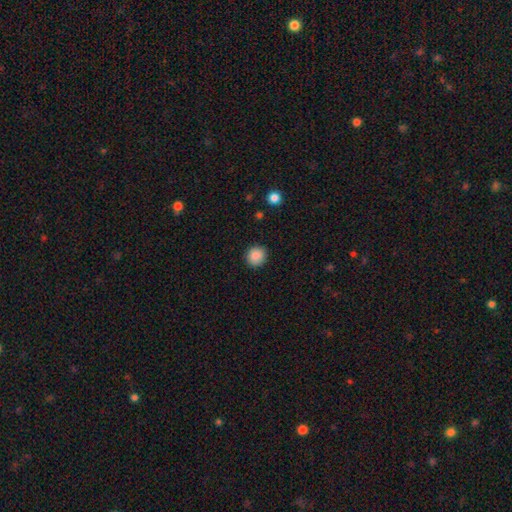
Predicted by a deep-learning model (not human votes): A smooth galaxy with no disk features (89%) that is round (90%). Merging: none (90%).